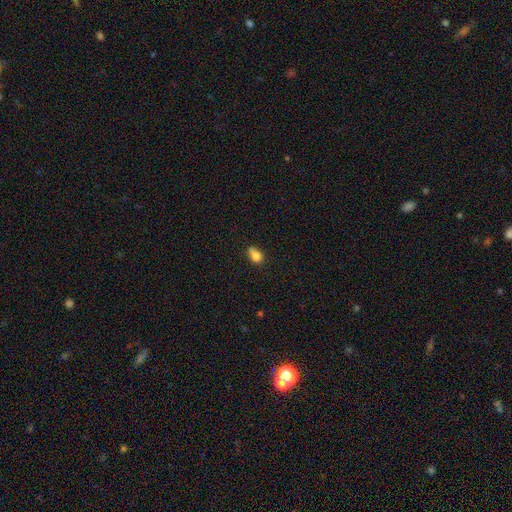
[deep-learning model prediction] Q: Smooth or featured?
A: smooth (81%); runner-up: star or artifact (10%)
Q: How rounded?
A: in between (67%); runner-up: round (31%)
Q: Merging?
A: none (48%); runner-up: minor disturbance (35%)